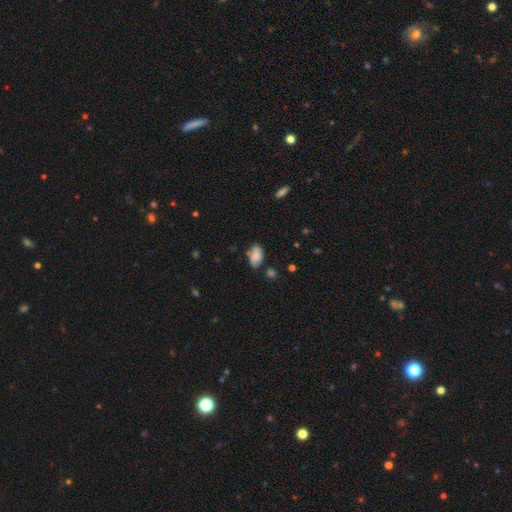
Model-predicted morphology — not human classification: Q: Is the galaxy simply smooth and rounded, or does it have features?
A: smooth — 81%.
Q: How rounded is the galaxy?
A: in between — 93%.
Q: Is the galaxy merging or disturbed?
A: none — 71%.